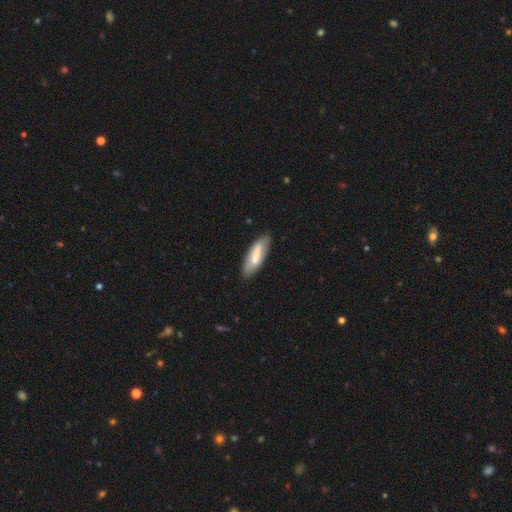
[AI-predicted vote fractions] Smooth or featured? Predicted: smooth (p=0.63). How rounded? Predicted: in between (p=0.56). Merging? Predicted: none (p=0.79).